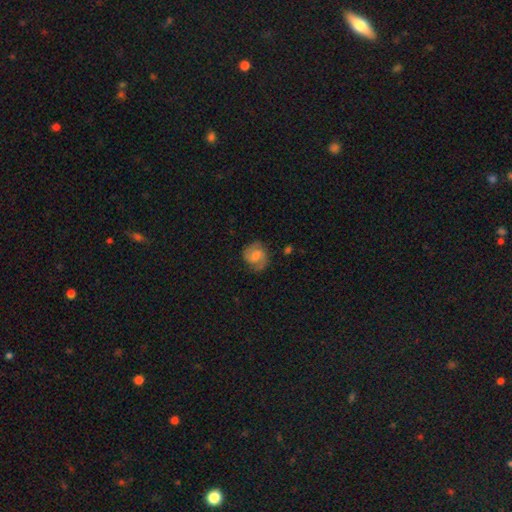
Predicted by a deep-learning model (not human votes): A featured or disk galaxy (57%) with a weak bar (52%), 2 (82%) medium (48%) spiral arms (90%) and a moderate central bulge (48%). Merging: none (74%).